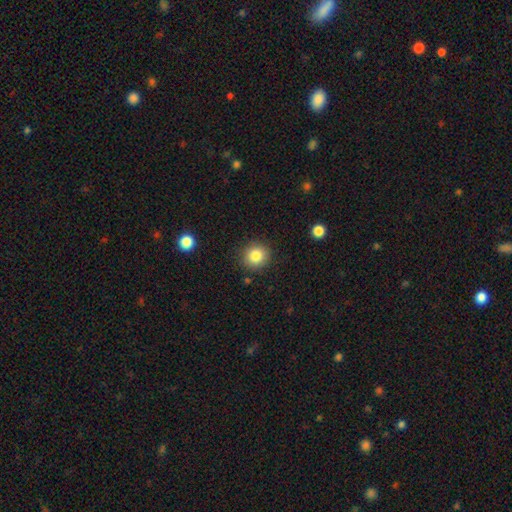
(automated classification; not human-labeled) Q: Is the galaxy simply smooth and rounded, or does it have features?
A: smooth — 84%.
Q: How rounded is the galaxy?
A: round — 87%.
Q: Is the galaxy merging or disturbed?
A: none — 88%.